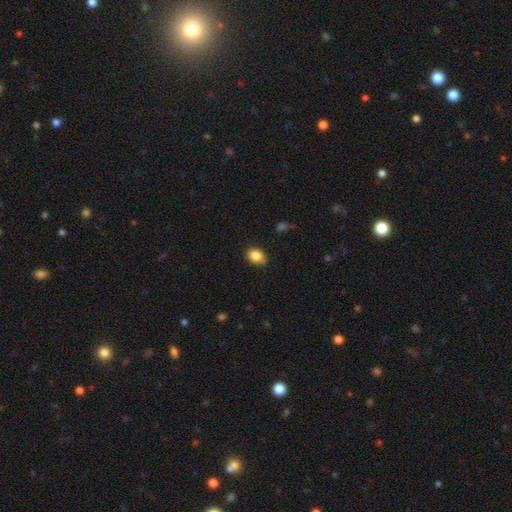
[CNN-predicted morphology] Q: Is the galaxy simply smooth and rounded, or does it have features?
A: smooth — 85%.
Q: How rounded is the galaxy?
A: in between — 63%.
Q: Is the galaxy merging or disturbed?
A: none — 74%.